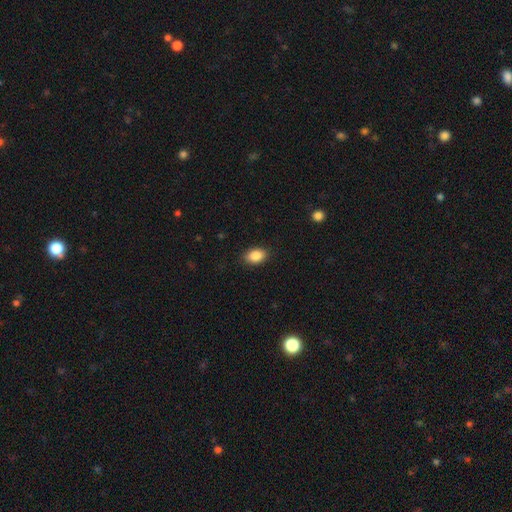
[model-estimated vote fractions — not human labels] A smooth galaxy with no disk features (87%) that is in between round and cigar-shaped (83%). Merging: none (88%).